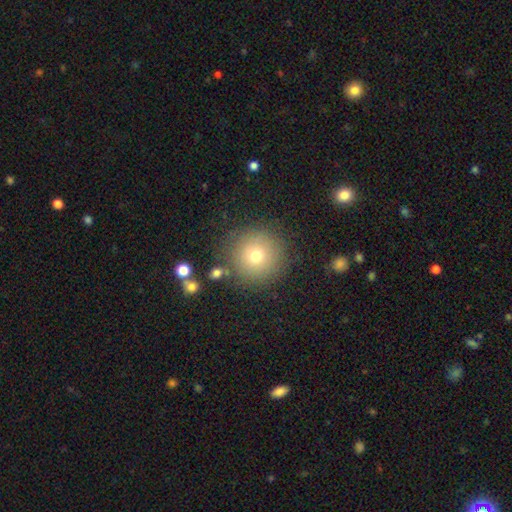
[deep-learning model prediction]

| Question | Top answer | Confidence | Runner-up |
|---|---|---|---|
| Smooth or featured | smooth | 73% | star or artifact (14%) |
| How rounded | round | 95% | in between (4%) |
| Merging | none | 85% | minor disturbance (8%) |